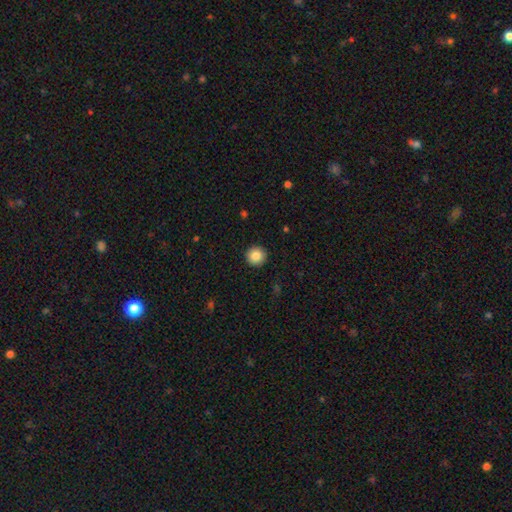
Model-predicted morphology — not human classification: smooth-or-featured: smooth: 86% | star or artifact: 9% | featured or disk: 5%
  how-rounded: round: 96% | in between: 4% | cigar-shaped: 1%
  merging: none: 93% | minor disturbance: 5% | major disturbance: 2% | merger: 1%